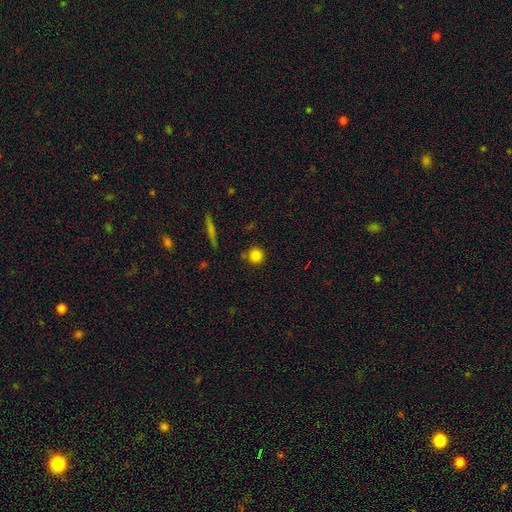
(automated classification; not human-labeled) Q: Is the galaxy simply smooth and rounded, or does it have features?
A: smooth — 84%.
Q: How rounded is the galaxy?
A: round — 93%.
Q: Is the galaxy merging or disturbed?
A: none — 82%.